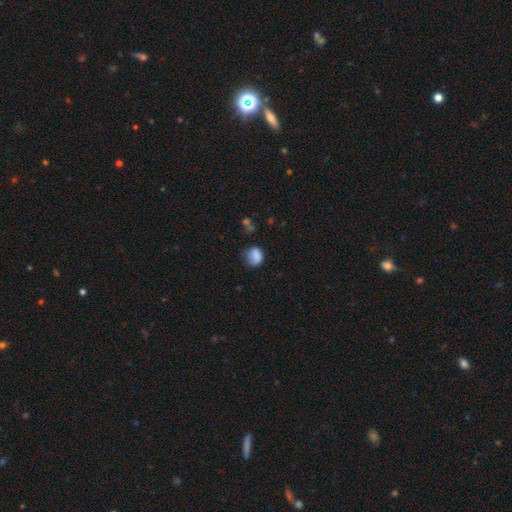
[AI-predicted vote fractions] A smooth galaxy with no disk features (79%) that is round (57%).

Vote fractions:
- Smooth or featured? smooth: 79% / featured or disk: 11% / star or artifact: 10%
- How rounded? round: 57% / in between: 42% / cigar-shaped: 1%
- Merging? none: 50% / minor disturbance: 32% / major disturbance: 15% / merger: 4%